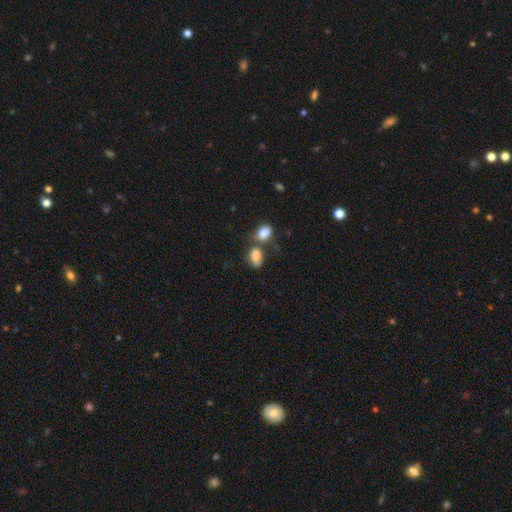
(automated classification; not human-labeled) Smooth or featured: smooth — 83% (featured or disk — 9%)
How rounded: in between — 79% (round — 19%)
Merging: merger — 47% (none — 33%)